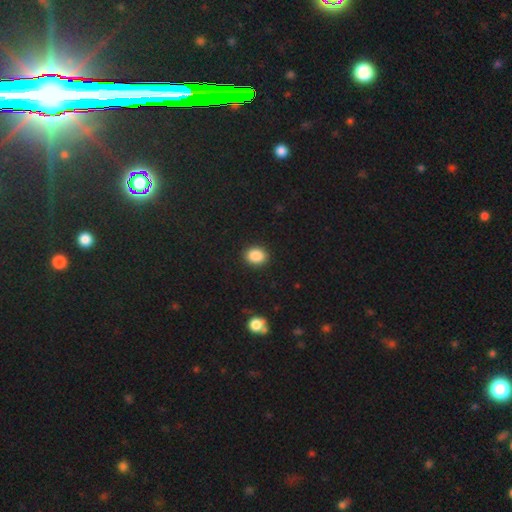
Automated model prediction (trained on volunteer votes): smooth 88%, star or artifact 9%, featured or disk 3%. Down the decision tree: how rounded — round (50%); merging — none (90%).